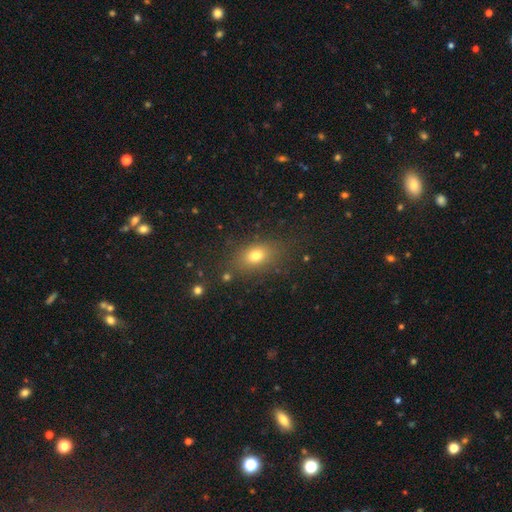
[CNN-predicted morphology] smooth-or-featured: smooth: 75% | star or artifact: 14% | featured or disk: 12%
  how-rounded: in between: 75% | round: 22% | cigar-shaped: 3%
  merging: none: 80% | minor disturbance: 12% | major disturbance: 5% | merger: 3%